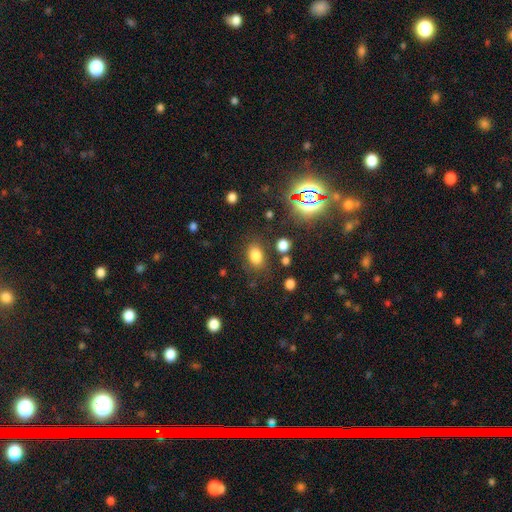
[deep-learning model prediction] Overall: smooth (78%). How rounded: in between (76%). Merging: none (78%).